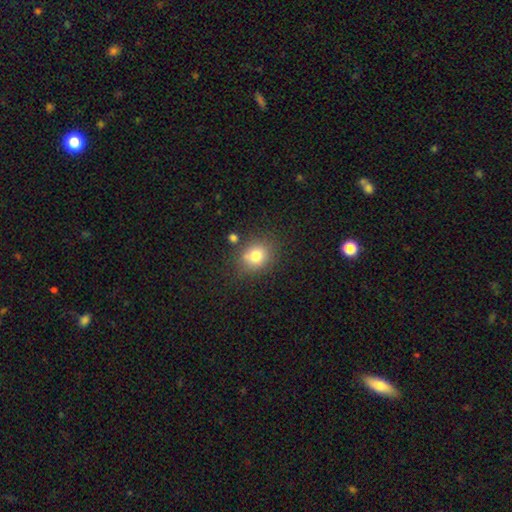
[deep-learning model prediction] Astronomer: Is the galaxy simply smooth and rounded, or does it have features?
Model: smooth — 78%.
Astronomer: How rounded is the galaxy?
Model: round — 68%.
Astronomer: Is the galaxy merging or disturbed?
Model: none — 74%.